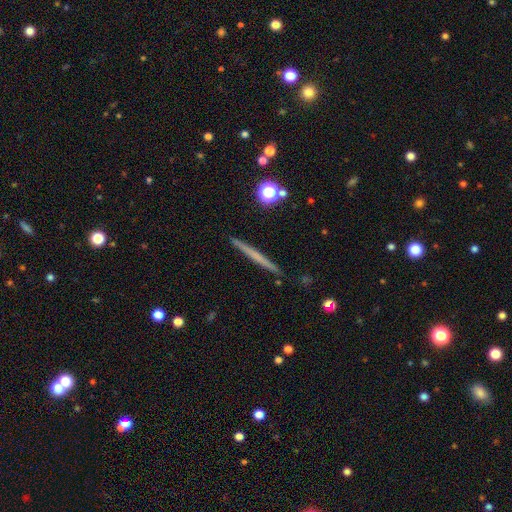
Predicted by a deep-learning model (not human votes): Morphology: type=featured or disk (48%); merging=none (91%).